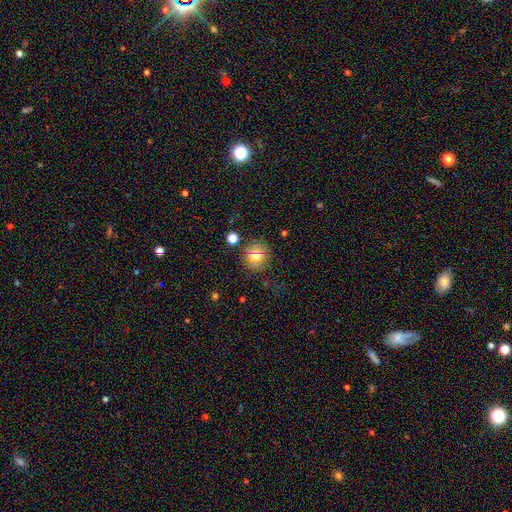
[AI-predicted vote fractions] Overall: smooth (70%). How rounded: round (84%). Merging: none (81%).